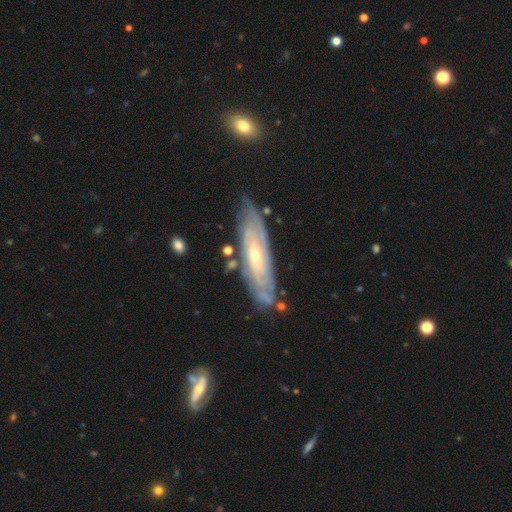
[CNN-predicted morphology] This is likely a featured or disk galaxy (80%). It is likely not viewed edge-on (75%). Bar: likely no (62%). Spiral arm pattern: clearly yes (89%). Spiral arm count: likely can't tell (62%). Spiral winding: likely tight (74%). Central bulge: likely small (61%). Merging: likely none (76%).